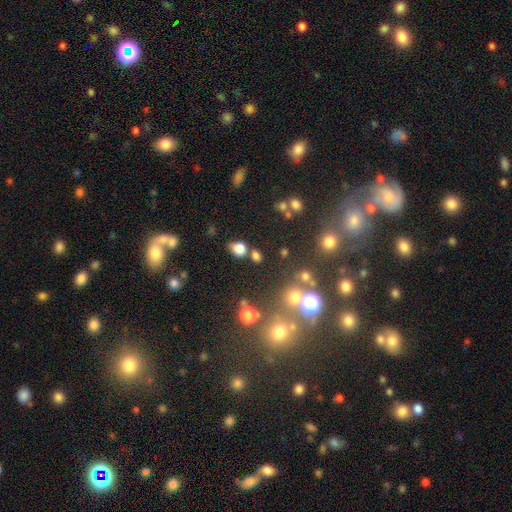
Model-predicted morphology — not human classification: Smooth or featured?
  - smooth: 74% *
  - star or artifact: 19%
  - featured or disk: 7%
How rounded?
  - round: 50% *
  - in between: 48%
  - cigar-shaped: 2%
Merging?
  - none: 66% *
  - merger: 14%
  - minor disturbance: 14%
  - major disturbance: 5%